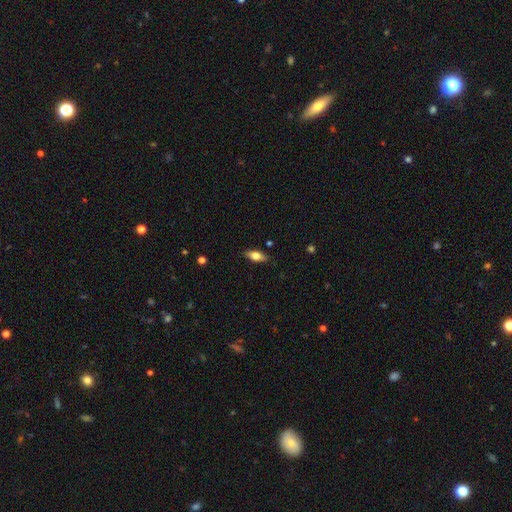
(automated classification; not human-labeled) smooth_or_featured: smooth (p=0.66) [alt: featured or disk p=0.27]
how_rounded: in between (p=0.76) [alt: cigar-shaped p=0.21]
merging: none (p=0.86) [alt: minor disturbance p=0.11]